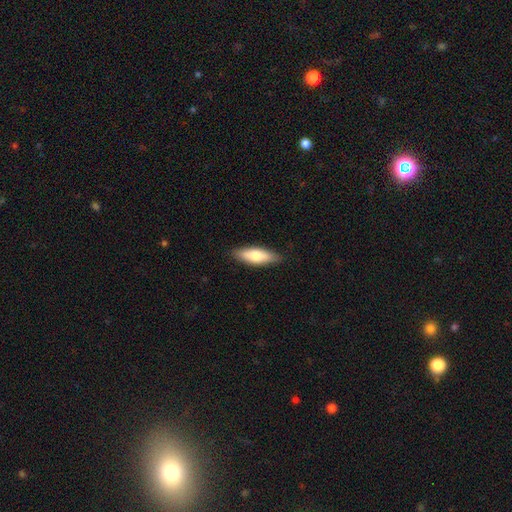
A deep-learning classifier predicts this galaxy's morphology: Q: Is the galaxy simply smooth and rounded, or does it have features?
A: smooth — 70%.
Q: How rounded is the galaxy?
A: in between — 51%.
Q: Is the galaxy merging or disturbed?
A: none — 87%.